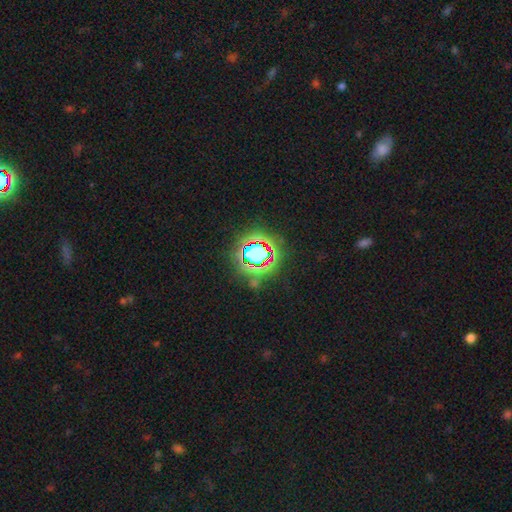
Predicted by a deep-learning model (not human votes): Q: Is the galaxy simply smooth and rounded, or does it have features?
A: star or artifact — 79%.